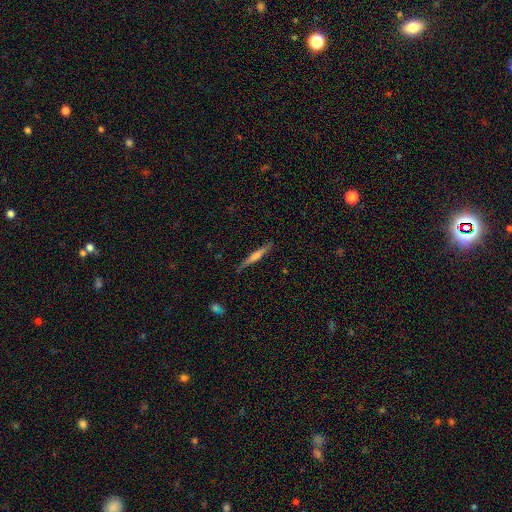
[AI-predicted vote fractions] Smooth or featured?
  - smooth: 50% *
  - featured or disk: 44%
  - star or artifact: 6%
How rounded?
  - cigar-shaped: 94% *
  - in between: 4%
  - round: 2%
Merging?
  - none: 86% *
  - minor disturbance: 11%
  - major disturbance: 2%
  - merger: 1%